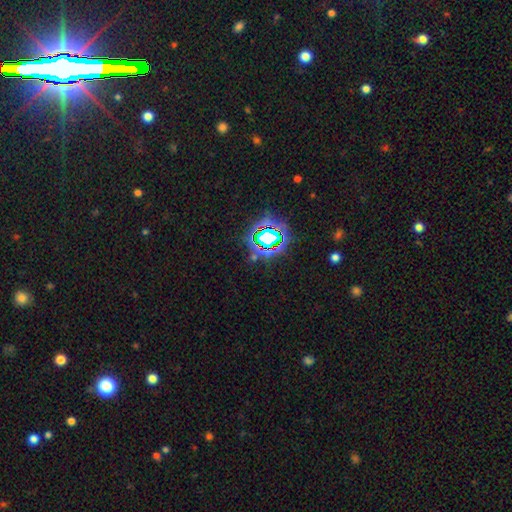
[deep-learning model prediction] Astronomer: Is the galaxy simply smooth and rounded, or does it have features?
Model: star or artifact — 76%.